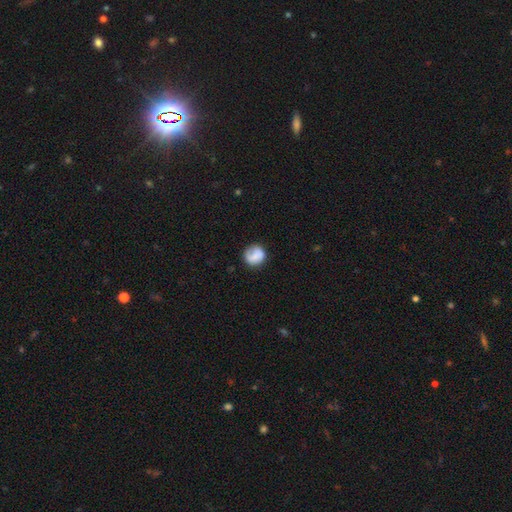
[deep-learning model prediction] The model was most divided on "merging": none: 72%, minor disturbance: 19%, major disturbance: 7%, merger: 2%. More confident: how rounded — round (86%); smooth or featured — smooth (75%).